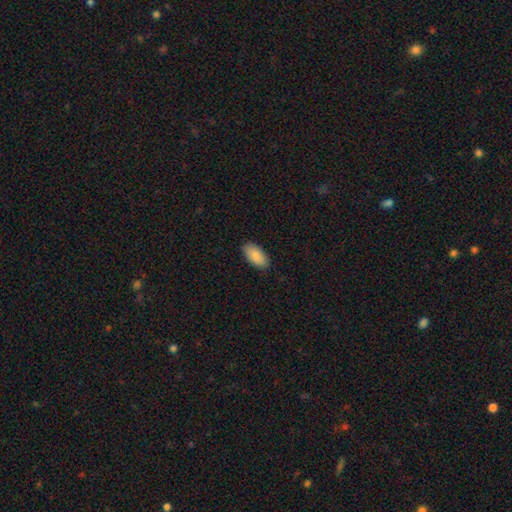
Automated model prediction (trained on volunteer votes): A smooth galaxy with no disk features (87%) that is in between round and cigar-shaped (94%). Merging: none (88%).